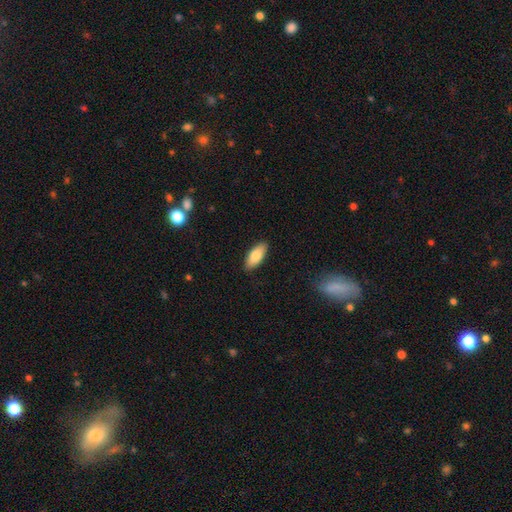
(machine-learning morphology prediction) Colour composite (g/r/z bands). It shows a smooth galaxy with no disk features (83%) that is in between round and cigar-shaped (84%). Merging: none (88%).